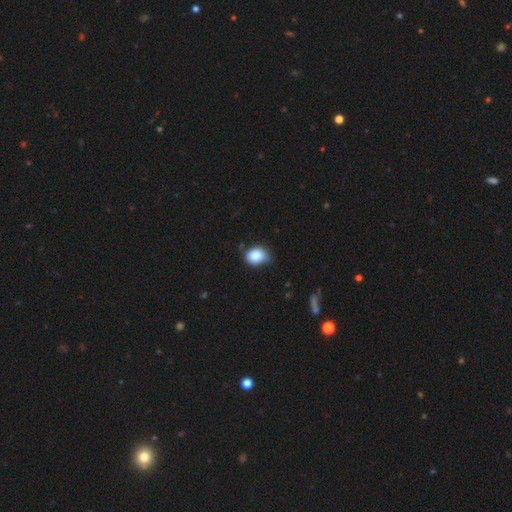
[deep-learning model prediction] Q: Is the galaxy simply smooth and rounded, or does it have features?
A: smooth — 85%.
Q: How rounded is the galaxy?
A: in between — 52%.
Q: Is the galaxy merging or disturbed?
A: none — 53%.